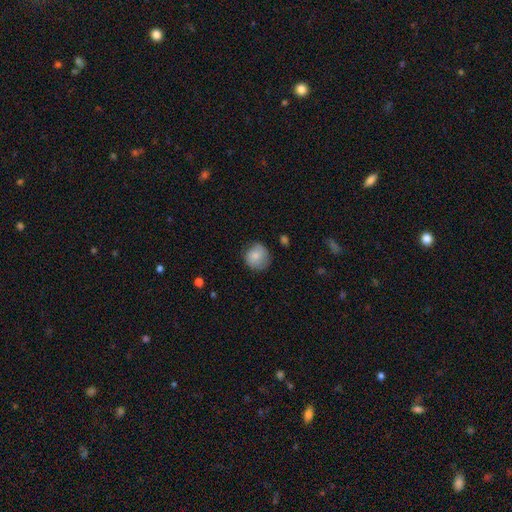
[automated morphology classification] smooth_or_featured: smooth (p=0.81) [alt: featured or disk p=0.12]
how_rounded: round (p=0.88) [alt: in between p=0.11]
merging: none (p=0.73) [alt: minor disturbance p=0.21]